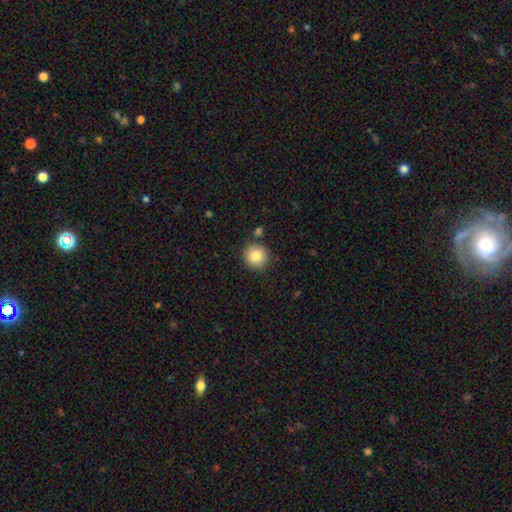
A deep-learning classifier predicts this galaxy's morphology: smooth_or_featured: smooth (p=0.83) [alt: star or artifact p=0.09]
how_rounded: round (p=0.92) [alt: in between p=0.07]
merging: none (p=0.84) [alt: minor disturbance p=0.09]